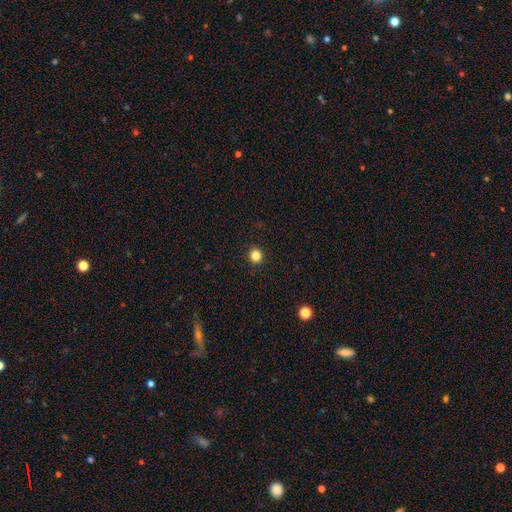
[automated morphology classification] type=smooth (84%); roundness=round (90%); merging=none (92%).